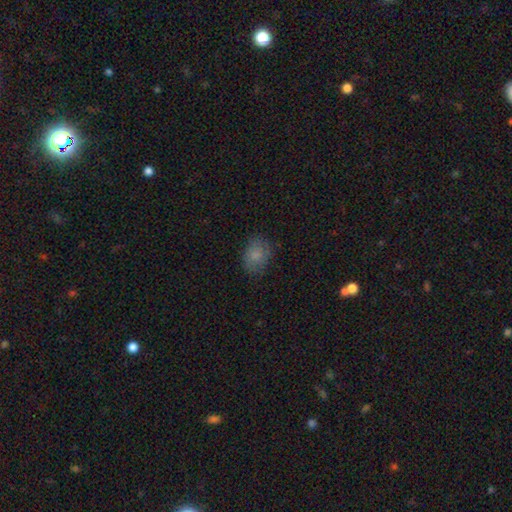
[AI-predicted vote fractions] smooth_or_featured: smooth (p=0.74) [alt: featured or disk p=0.16]
how_rounded: in between (p=0.66) [alt: round p=0.33]
merging: none (p=0.71) [alt: minor disturbance p=0.21]